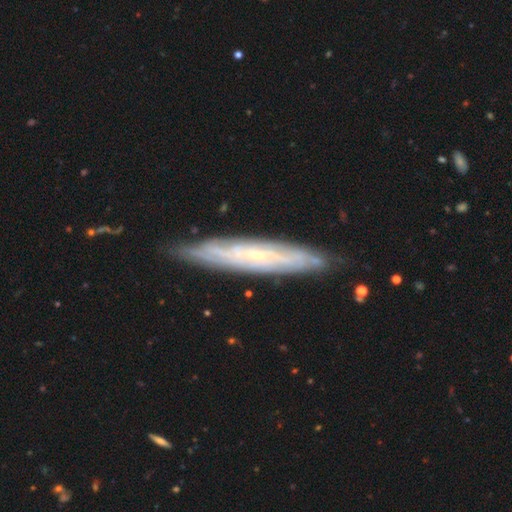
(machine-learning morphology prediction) smooth_or_featured: featured or disk (p=0.75) [alt: smooth p=0.19]
disk_edge_on: yes (p=0.52) [alt: no p=0.48]
merging: none (p=0.82) [alt: minor disturbance p=0.14]